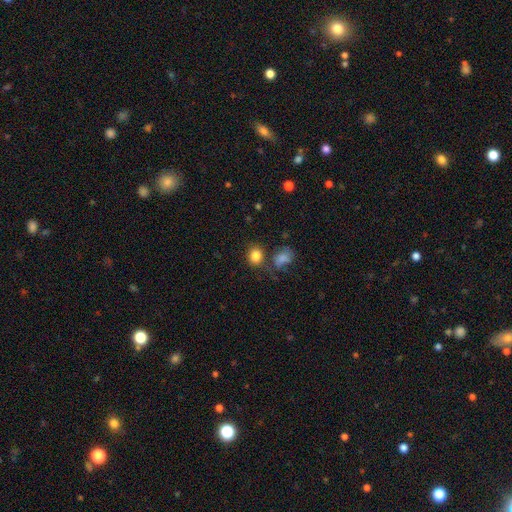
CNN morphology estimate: This is clearly a smooth galaxy (84%). How rounded: likely round (62%). Merging: likely none (68%).